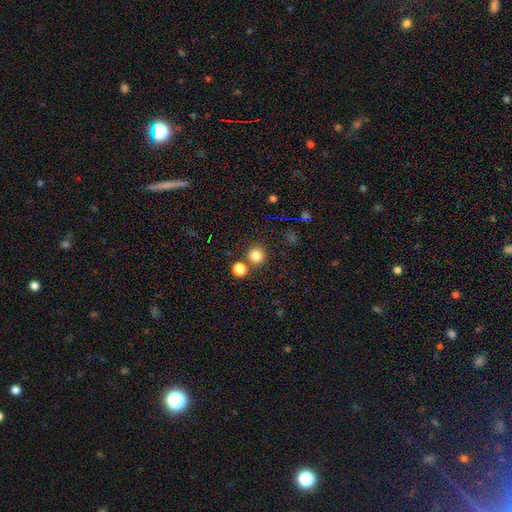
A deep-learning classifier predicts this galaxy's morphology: smooth 82%, star or artifact 14%, featured or disk 5%. Down the decision tree: how rounded — round (90%); merging — none (76%).